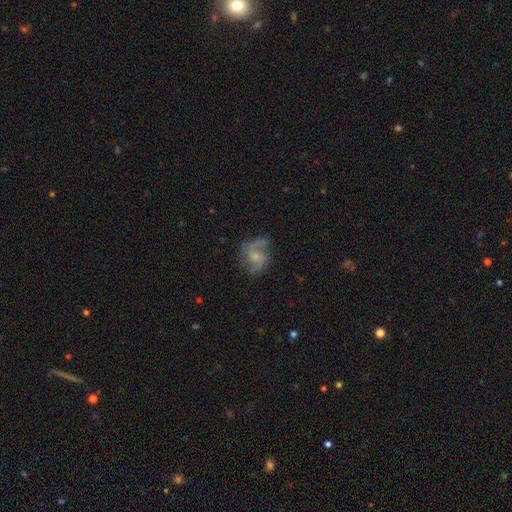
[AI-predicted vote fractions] A featured or disk galaxy (72%) with no bar (59%), 2 (83%) medium (46%) spiral arms (92%) and a small central bulge (60%). Merging: none (63%).